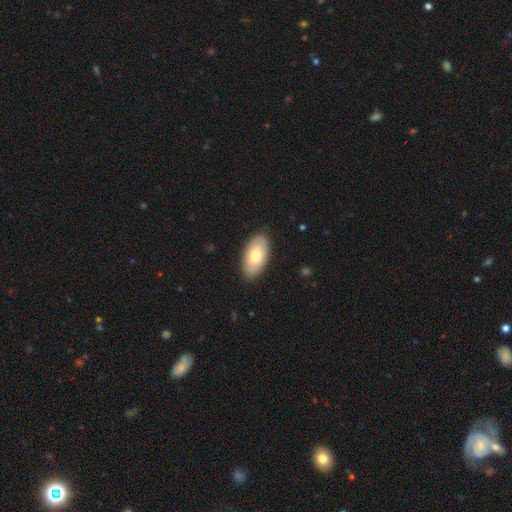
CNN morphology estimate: Smooth or featured: smooth — 82% (featured or disk — 13%)
How rounded: in between — 95% (cigar-shaped — 3%)
Merging: none — 87% (minor disturbance — 10%)